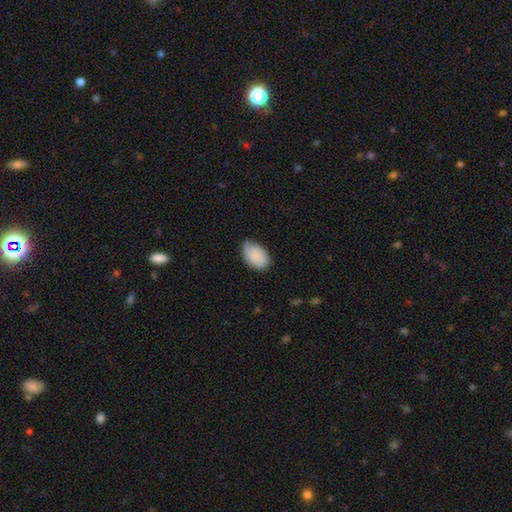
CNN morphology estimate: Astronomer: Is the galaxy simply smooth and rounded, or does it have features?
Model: smooth — 78%.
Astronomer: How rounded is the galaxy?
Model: in between — 90%.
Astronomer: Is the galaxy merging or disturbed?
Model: none — 60%.